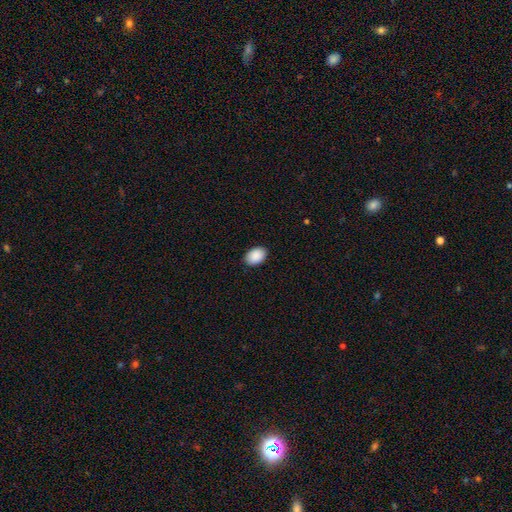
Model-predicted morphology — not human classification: A smooth galaxy with no disk features (91%) that is in between round and cigar-shaped (84%).

Vote fractions:
- Smooth or featured? smooth: 91% / star or artifact: 6% / featured or disk: 3%
- How rounded? in between: 84% / round: 15% / cigar-shaped: 1%
- Merging? none: 89% / minor disturbance: 9% / major disturbance: 2% / merger: 1%